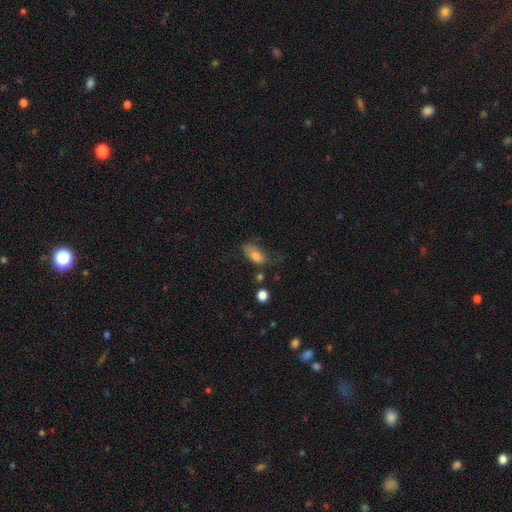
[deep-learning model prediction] A smooth galaxy with no disk features (78%) that is in between round and cigar-shaped (88%). Merging: none (44%).